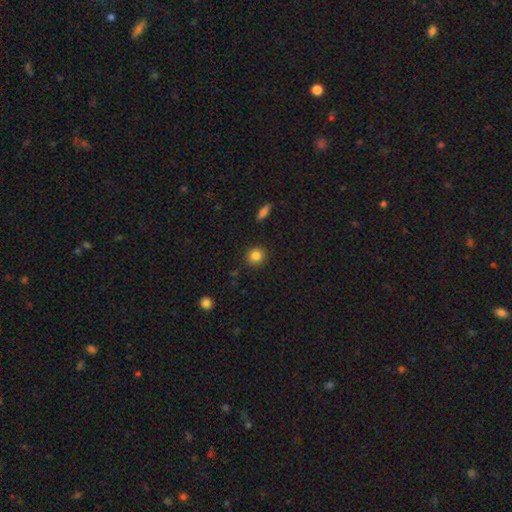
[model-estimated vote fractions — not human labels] A smooth galaxy with no disk features (84%) that is round (88%).

Vote fractions:
- Smooth or featured? smooth: 84% / star or artifact: 11% / featured or disk: 6%
- How rounded? round: 88% / in between: 11% / cigar-shaped: 1%
- Merging? none: 90% / minor disturbance: 6% / major disturbance: 2% / merger: 1%